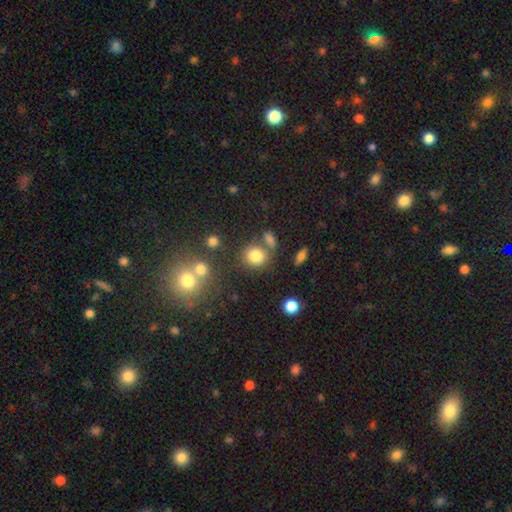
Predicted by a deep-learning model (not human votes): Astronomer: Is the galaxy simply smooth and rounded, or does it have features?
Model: smooth — 79%.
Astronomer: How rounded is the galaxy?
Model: round — 76%.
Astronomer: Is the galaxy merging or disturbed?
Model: none — 67%.